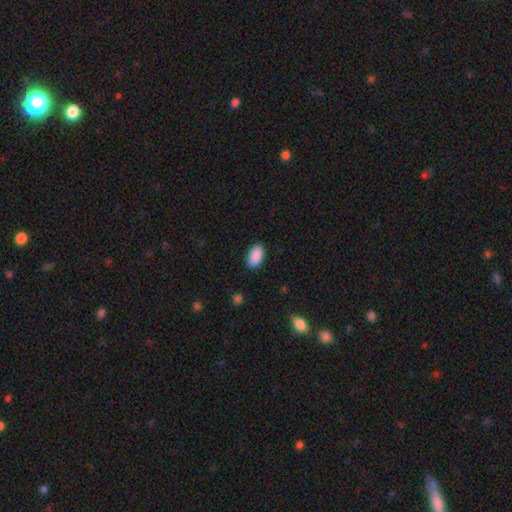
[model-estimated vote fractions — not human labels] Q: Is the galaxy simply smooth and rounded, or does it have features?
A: smooth — 91%.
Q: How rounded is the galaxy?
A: in between — 95%.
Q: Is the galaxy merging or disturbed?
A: none — 88%.